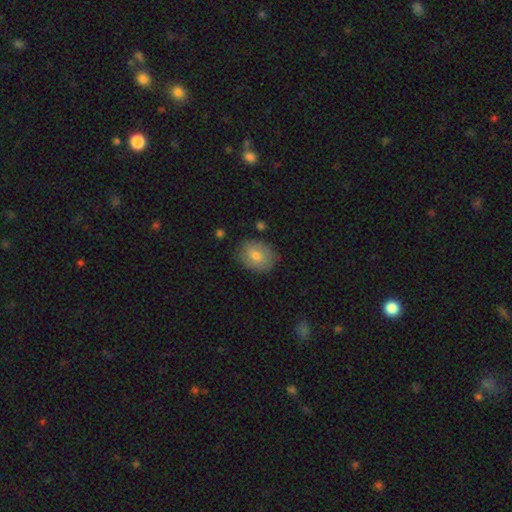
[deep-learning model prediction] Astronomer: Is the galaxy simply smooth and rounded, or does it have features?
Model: smooth — 74%.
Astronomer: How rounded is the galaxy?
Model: in between — 63%.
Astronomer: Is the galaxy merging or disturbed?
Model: none — 79%.